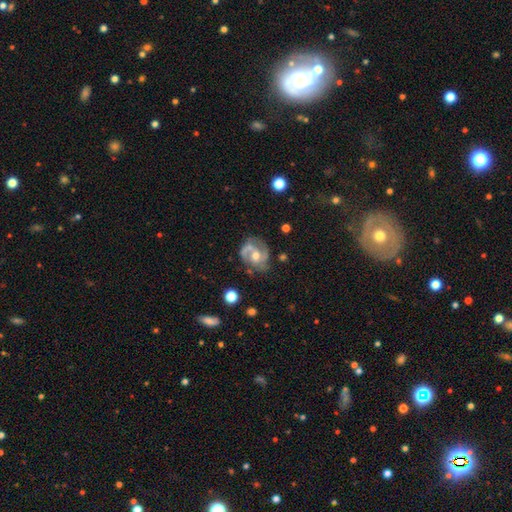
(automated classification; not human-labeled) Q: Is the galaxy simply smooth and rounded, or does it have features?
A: featured or disk — 81%.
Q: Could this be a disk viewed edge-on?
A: no — 97%.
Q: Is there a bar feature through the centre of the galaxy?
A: no — 56%.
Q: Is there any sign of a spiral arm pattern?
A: yes — 91%.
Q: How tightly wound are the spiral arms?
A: medium — 50%.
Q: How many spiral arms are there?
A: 2 — 70%.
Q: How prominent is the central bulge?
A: moderate — 67%.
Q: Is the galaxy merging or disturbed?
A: none — 61%.